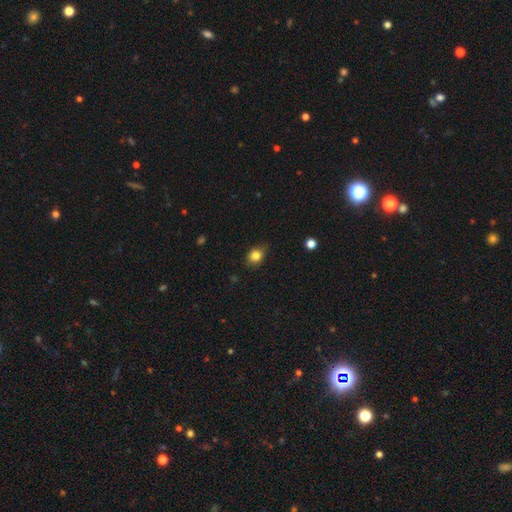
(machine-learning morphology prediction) A smooth galaxy with no disk features (82%) that is round (50%).

Vote fractions:
- Smooth or featured? smooth: 82% / star or artifact: 10% / featured or disk: 8%
- How rounded? round: 50% / in between: 49% / cigar-shaped: 1%
- Merging? none: 76% / minor disturbance: 19% / major disturbance: 3% / merger: 1%